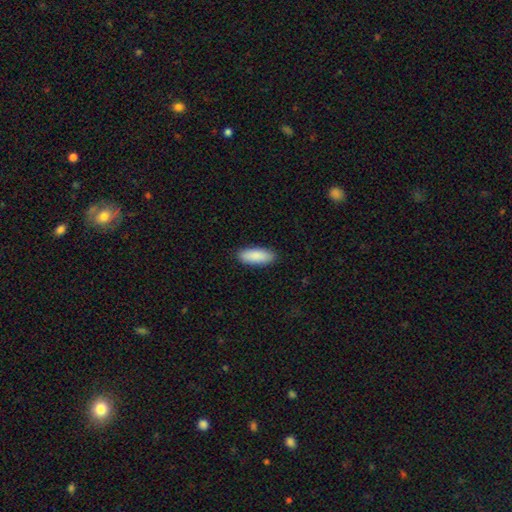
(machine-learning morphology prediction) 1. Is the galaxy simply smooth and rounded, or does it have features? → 90% smooth, 5% star or artifact, 5% featured or disk.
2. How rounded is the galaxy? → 76% in between, 23% cigar-shaped, 2% round.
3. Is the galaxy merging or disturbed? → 89% none, 8% minor disturbance, 2% major disturbance, 1% merger.